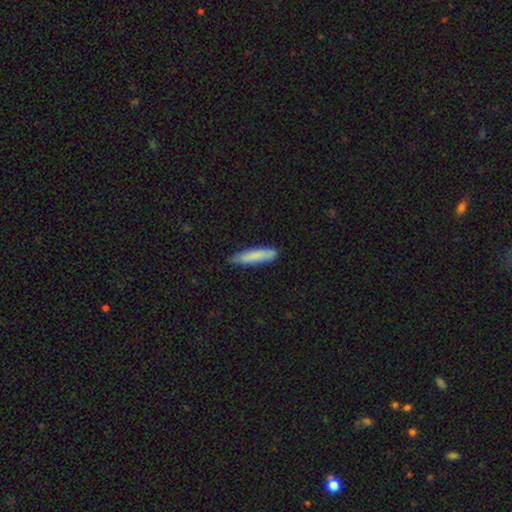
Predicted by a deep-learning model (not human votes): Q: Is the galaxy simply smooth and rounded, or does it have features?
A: smooth — 83%.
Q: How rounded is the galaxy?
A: cigar-shaped — 83%.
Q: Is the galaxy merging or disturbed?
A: none — 77%.